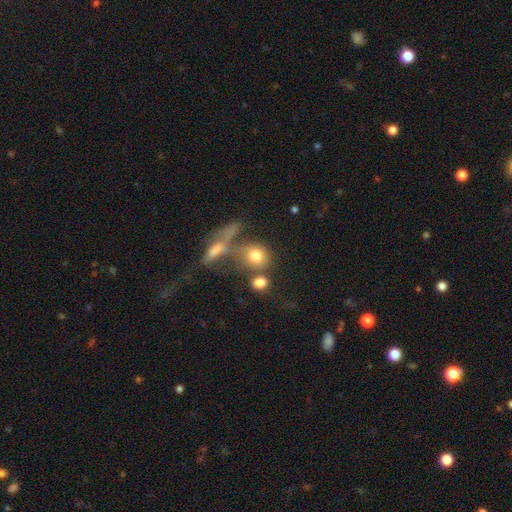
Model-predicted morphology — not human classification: The model was most divided on "merging" (2-way tie): none: 38%, merger: 38%, major disturbance: 12%, minor disturbance: 12%. More confident: smooth or featured — smooth (73%); how rounded — round (62%).